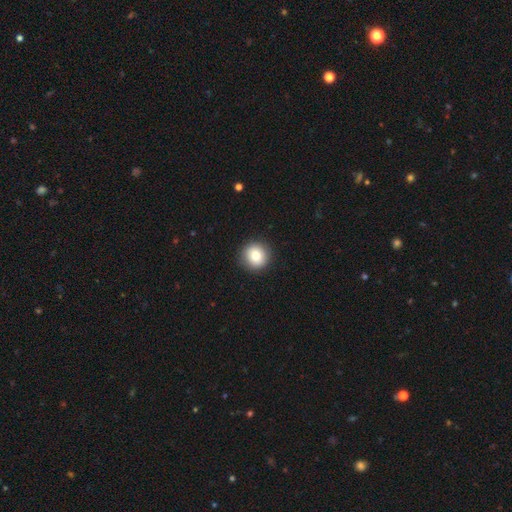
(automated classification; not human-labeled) Smooth or featured? Predicted: smooth (p=0.78). How rounded? Predicted: round (p=0.94). Merging? Predicted: none (p=0.91).